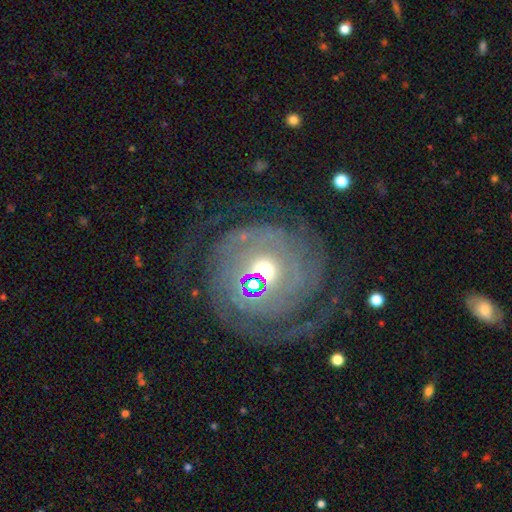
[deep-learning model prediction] A featured or disk galaxy (84%) with no bar (48%), 2 (32%) tight (77%) spiral arms (94%) and a moderate central bulge (57%).

Vote fractions:
- Smooth or featured? featured or disk: 84% / star or artifact: 9% / smooth: 7%
- Edge-on disk? no: 97% / yes: 3%
- Bar? no: 48% / weak: 35% / strong: 17%
- Spiral arms? yes: 94% / no: 6%
- Spiral winding? tight: 77% / medium: 18% / loose: 5%
- Spiral arm count? 2: 32% / can't tell: 26% / 3: 17% / 4: 9% / 1: 8% / more than 4: 8%
- Bulge size? moderate: 57% / small: 34% / large: 6% / none: 2% / dominant: 2%
- Merging? none: 67% / minor disturbance: 15% / major disturbance: 11% / merger: 7%